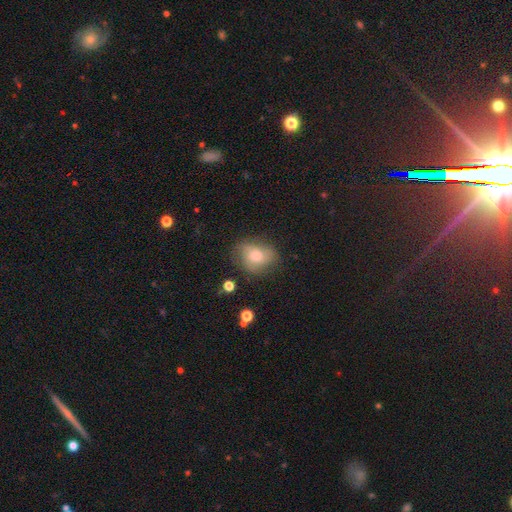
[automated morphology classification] A smooth galaxy with no disk features (71%) that is in between round and cigar-shaped (55%). Merging: none (61%).